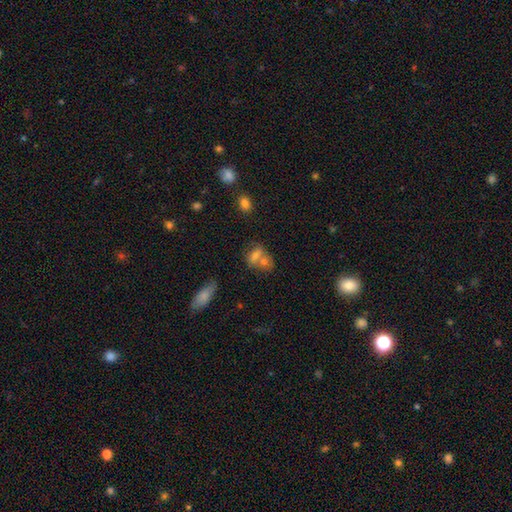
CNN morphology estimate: Smooth or featured? smooth (64%)
How rounded? in between (58%)
Merging? merger (52%)